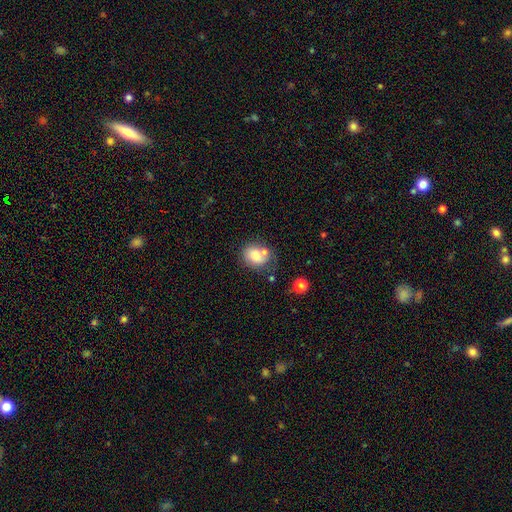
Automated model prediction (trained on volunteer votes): Smooth or featured: smooth — 73% (featured or disk — 18%)
How rounded: round — 51% (in between — 48%)
Merging: none — 45% (merger — 27%)